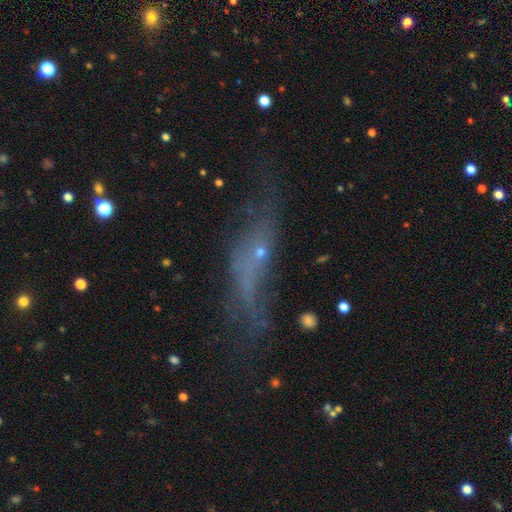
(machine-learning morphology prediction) featured or disk 47%, smooth 32%, star or artifact 21%. Down the decision tree: merging — none (36%).